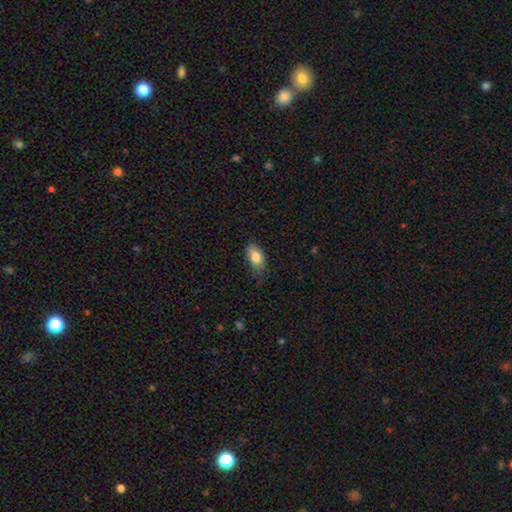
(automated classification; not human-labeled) Morphology: type=smooth (81%); roundness=in between (89%); merging=none (67%).